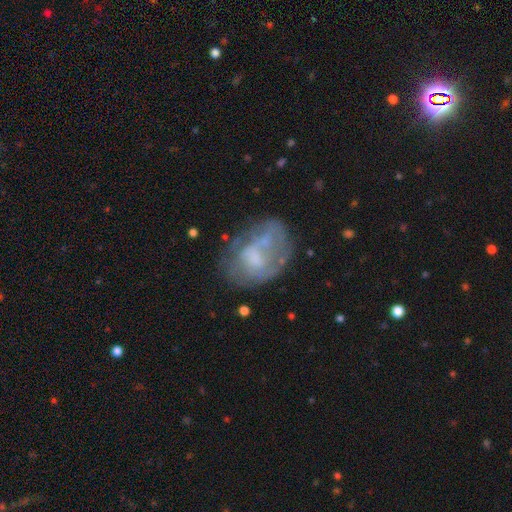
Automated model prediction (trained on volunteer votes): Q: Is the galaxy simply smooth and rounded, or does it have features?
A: featured or disk — 52%.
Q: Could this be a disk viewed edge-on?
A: no — 97%.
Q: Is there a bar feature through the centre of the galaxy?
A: no — 71%.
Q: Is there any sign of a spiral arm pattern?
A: no — 72%.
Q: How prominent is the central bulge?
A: none — 32%, tied with moderate.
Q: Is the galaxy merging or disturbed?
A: none — 41%.